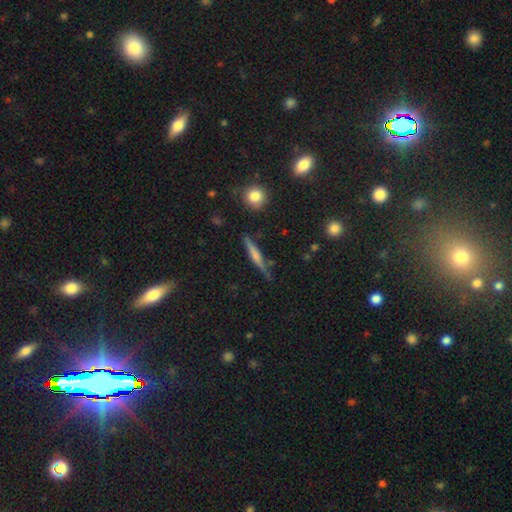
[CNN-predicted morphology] Q: Smooth or featured?
A: featured or disk (50%); runner-up: smooth (42%)
Q: Merging?
A: none (81%); runner-up: minor disturbance (13%)